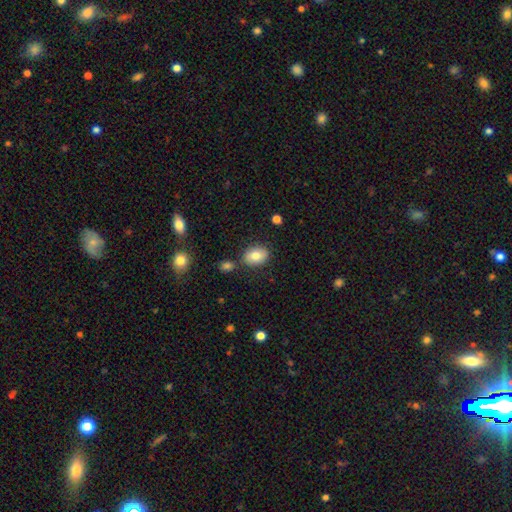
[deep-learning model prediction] Smooth or featured?
  - smooth: 79% *
  - featured or disk: 13%
  - star or artifact: 8%
How rounded?
  - in between: 76% *
  - round: 23%
  - cigar-shaped: 1%
Merging?
  - none: 79% *
  - minor disturbance: 12%
  - merger: 6%
  - major disturbance: 3%